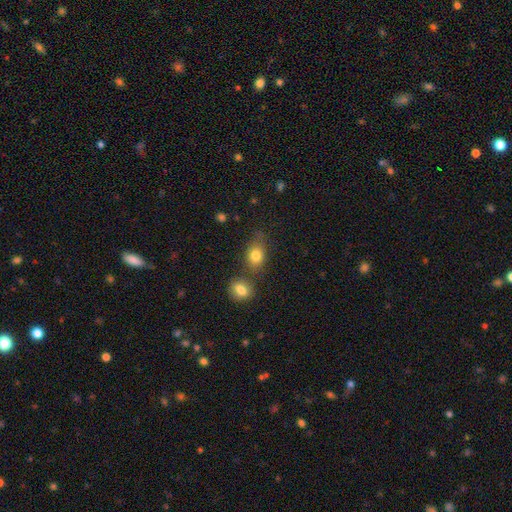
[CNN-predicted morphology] Smooth or featured?
  - smooth: 81% *
  - star or artifact: 10%
  - featured or disk: 9%
How rounded?
  - in between: 64% *
  - round: 34%
  - cigar-shaped: 2%
Merging?
  - none: 58% *
  - merger: 20%
  - minor disturbance: 17%
  - major disturbance: 6%